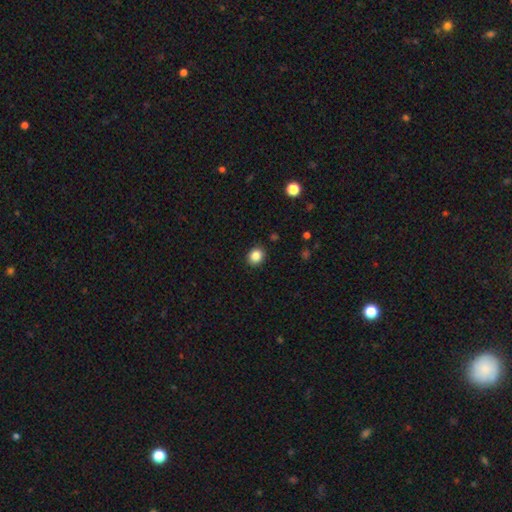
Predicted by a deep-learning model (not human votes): Overall: smooth (86%). How rounded: round (71%). Merging: none (90%).